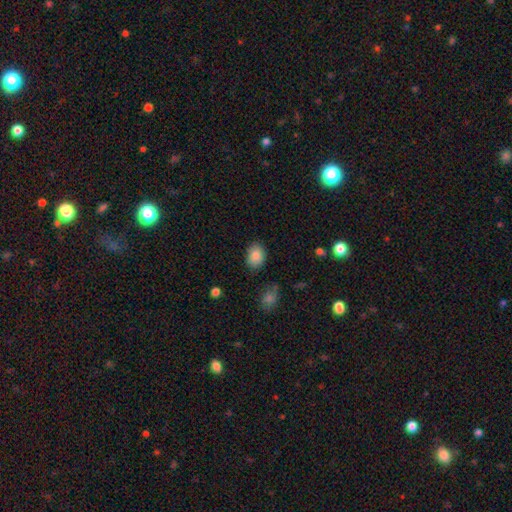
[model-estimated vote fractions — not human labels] Smooth or featured? Predicted: smooth (p=0.86). How rounded? Predicted: in between (p=0.67). Merging? Predicted: none (p=0.82).